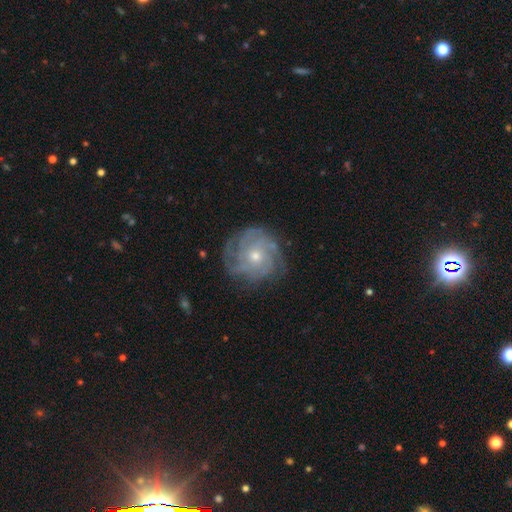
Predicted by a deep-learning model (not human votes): A featured or disk galaxy (81%) with no bar (81%), tight (65%) spiral arms (93%) and a small central bulge (52%). Merging: none (76%).